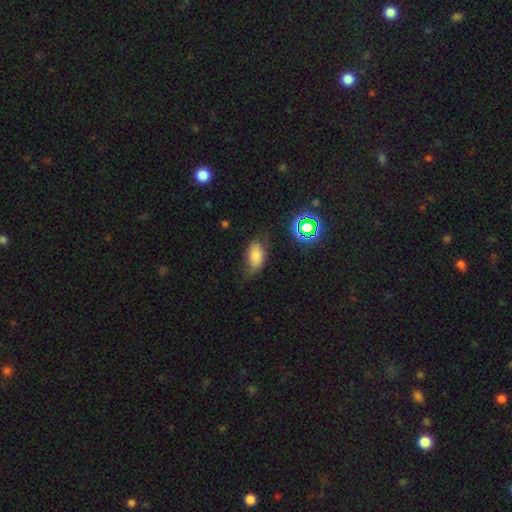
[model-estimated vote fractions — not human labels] Smooth or featured: smooth — 72% (featured or disk — 14%)
How rounded: in between — 91% (round — 6%)
Merging: none — 49% (minor disturbance — 34%)